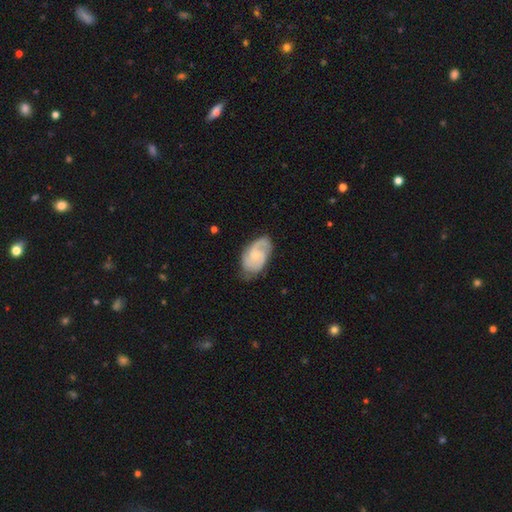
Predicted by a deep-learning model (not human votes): Smooth or featured: featured or disk — 65% (smooth — 29%)
Edge-on disk: no — 96% (yes — 4%)
Bar: no — 65% (weak — 31%)
Spiral arms: yes — 91% (no — 9%)
Spiral winding: medium — 44% (tight — 39%)
Spiral arm count: 2 — 62% (can't tell — 20%)
Bulge size: small — 63% (moderate — 24%)
Merging: none — 66% (minor disturbance — 26%)